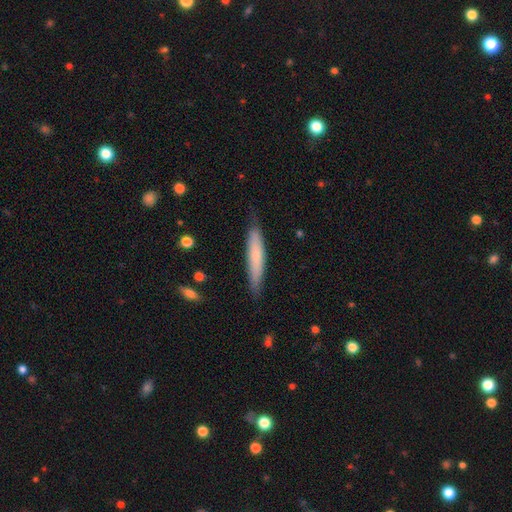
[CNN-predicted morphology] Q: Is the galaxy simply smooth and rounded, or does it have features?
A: smooth — 68%.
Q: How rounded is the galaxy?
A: cigar-shaped — 89%.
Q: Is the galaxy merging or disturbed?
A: none — 78%.